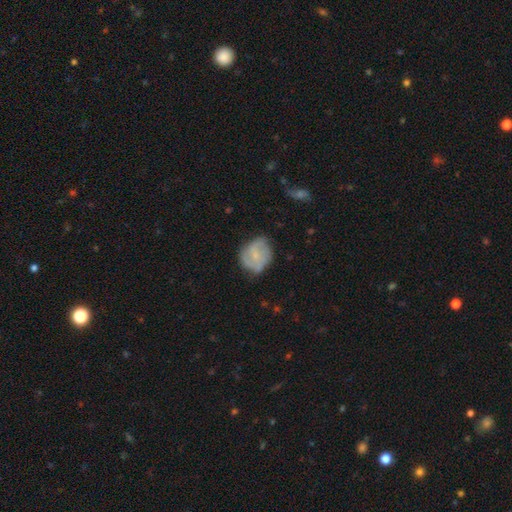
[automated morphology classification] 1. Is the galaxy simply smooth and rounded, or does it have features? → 49% smooth, 44% featured or disk, 8% star or artifact.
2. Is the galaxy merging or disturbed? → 61% none, 28% minor disturbance, 9% major disturbance, 2% merger.